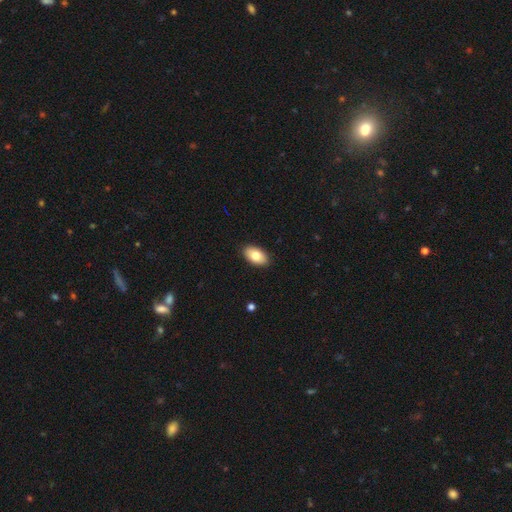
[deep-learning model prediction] Overall: smooth (80%). How rounded: in between (93%). Merging: none (90%).